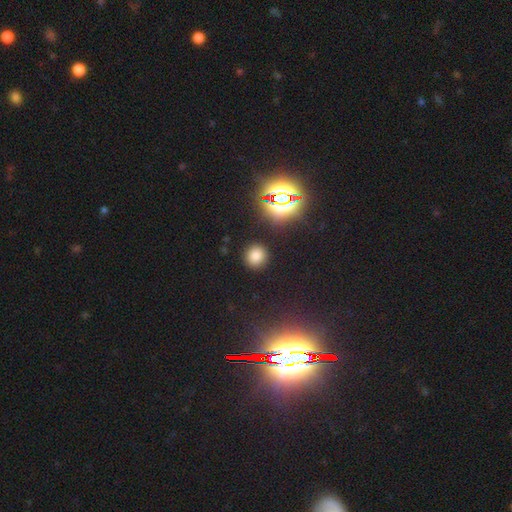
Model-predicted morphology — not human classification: A smooth galaxy with no disk features (73%) that is round (89%). Merging: none (89%).